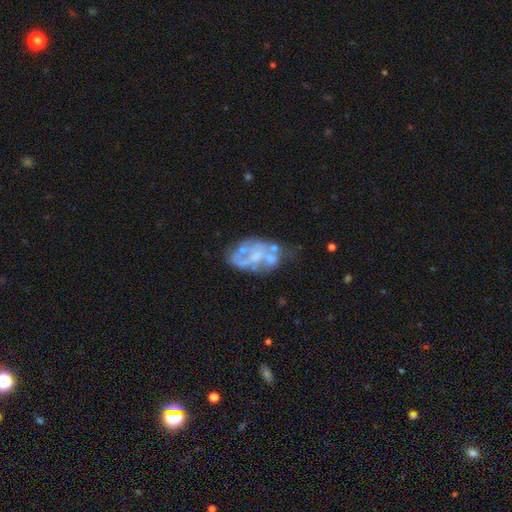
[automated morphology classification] Q: Smooth or featured?
A: featured or disk (71%); runner-up: smooth (20%)
Q: Edge-on disk?
A: no (97%); runner-up: yes (3%)
Q: Bar?
A: no (69%); runner-up: weak (24%)
Q: Spiral arms?
A: no (64%); runner-up: yes (36%)
Q: Bulge size?
A: none (37%); runner-up: small (35%)
Q: Merging?
A: none (37%); runner-up: minor disturbance (23%)